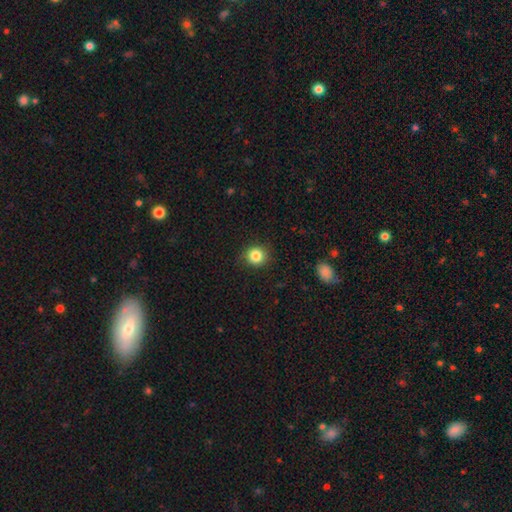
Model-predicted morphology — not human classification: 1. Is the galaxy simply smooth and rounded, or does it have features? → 85% smooth, 11% star or artifact, 5% featured or disk.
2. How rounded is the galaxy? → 88% round, 11% in between, 1% cigar-shaped.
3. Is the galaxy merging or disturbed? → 85% none, 11% minor disturbance, 3% major disturbance, 1% merger.